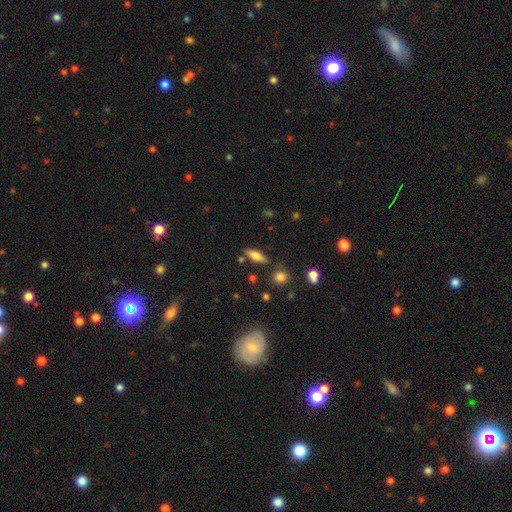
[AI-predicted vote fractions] Smooth or featured? Predicted: smooth (p=0.64). How rounded? Predicted: in between (p=0.57). Merging? Predicted: none (p=0.78).